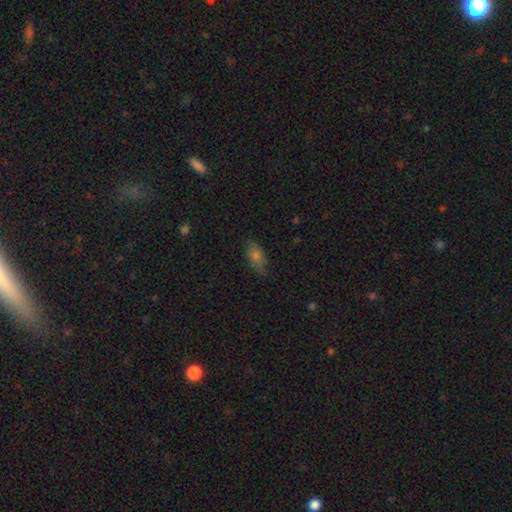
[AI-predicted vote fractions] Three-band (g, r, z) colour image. It shows a smooth galaxy with no disk features (69%) that is in between round and cigar-shaped (79%). Merging: none (73%).